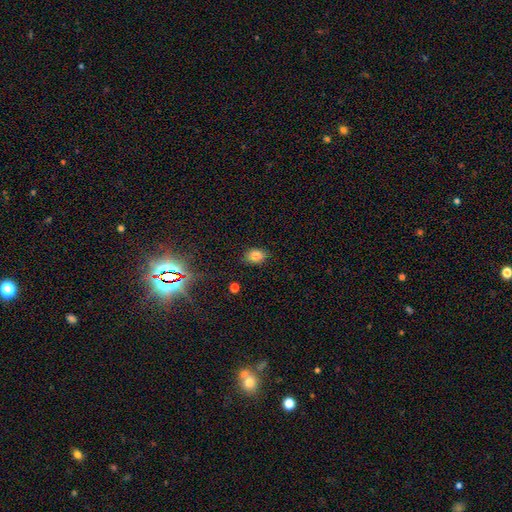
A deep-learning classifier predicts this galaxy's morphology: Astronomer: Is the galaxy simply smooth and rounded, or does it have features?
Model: smooth — 82%.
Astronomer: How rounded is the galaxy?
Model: in between — 70%.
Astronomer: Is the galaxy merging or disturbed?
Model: none — 86%.